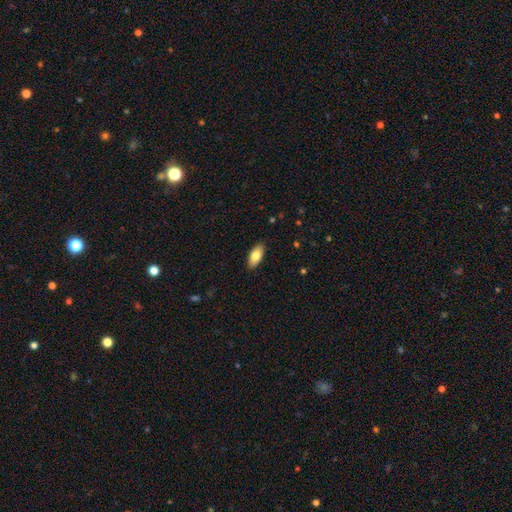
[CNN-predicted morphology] Smooth or featured?
  - smooth: 80% *
  - featured or disk: 14%
  - star or artifact: 6%
How rounded?
  - in between: 88% *
  - cigar-shaped: 10%
  - round: 2%
Merging?
  - none: 89% *
  - minor disturbance: 8%
  - major disturbance: 2%
  - merger: 1%